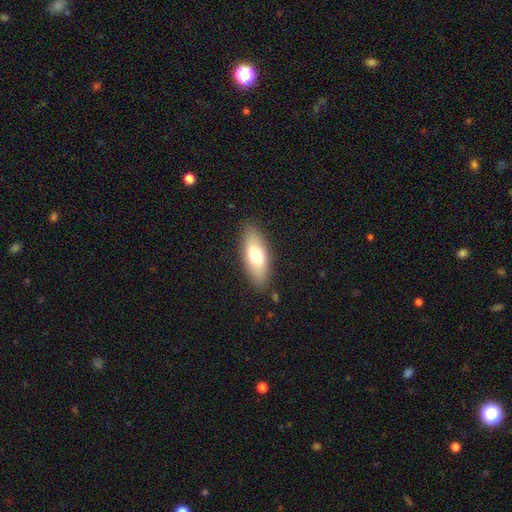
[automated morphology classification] smooth-or-featured: smooth: 69% | featured or disk: 24% | star or artifact: 6%
  how-rounded: in between: 78% | cigar-shaped: 20% | round: 3%
  merging: none: 85% | minor disturbance: 11% | major disturbance: 3% | merger: 1%